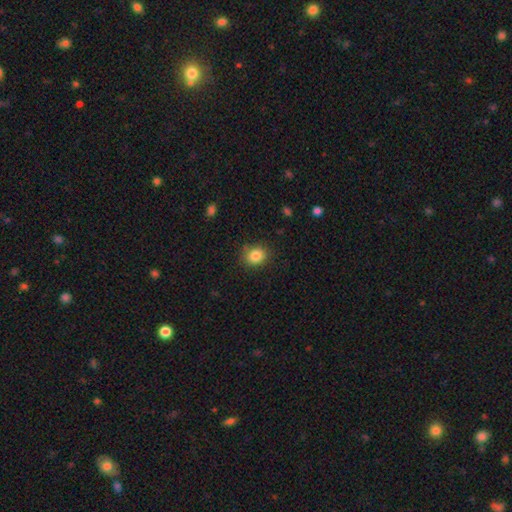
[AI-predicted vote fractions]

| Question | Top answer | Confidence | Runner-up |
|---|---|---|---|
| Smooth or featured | smooth | 85% | star or artifact (10%) |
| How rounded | round | 62% | in between (37%) |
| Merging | none | 83% | minor disturbance (12%) |